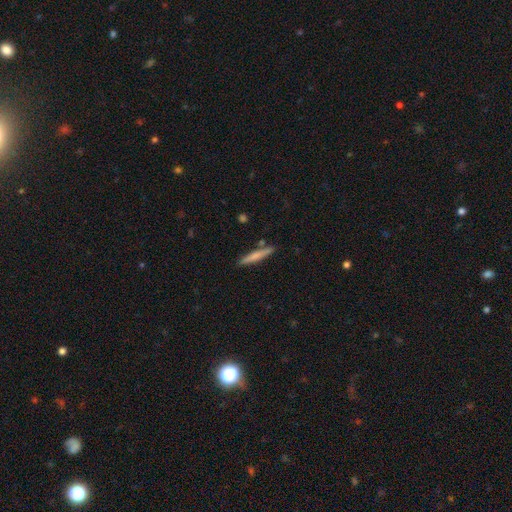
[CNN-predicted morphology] Smooth or featured? Predicted: smooth (p=0.63). How rounded? Predicted: cigar-shaped (p=0.94). Merging? Predicted: none (p=0.85).